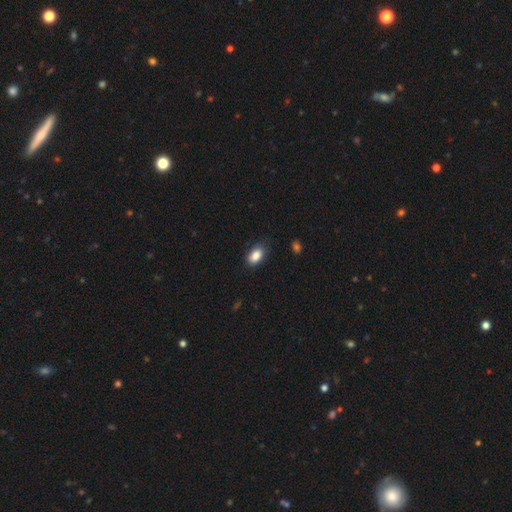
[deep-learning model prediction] Morphology: type=smooth (87%); roundness=in between (89%); merging=none (82%).